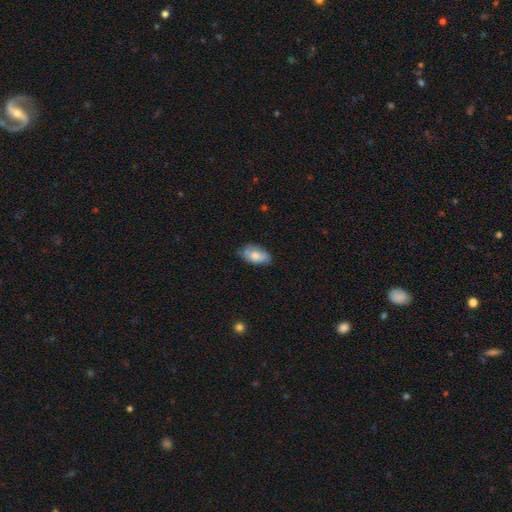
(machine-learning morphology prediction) Q: Smooth or featured?
A: smooth (75%); runner-up: featured or disk (18%)
Q: How rounded?
A: in between (92%); runner-up: round (4%)
Q: Merging?
A: none (65%); runner-up: minor disturbance (27%)